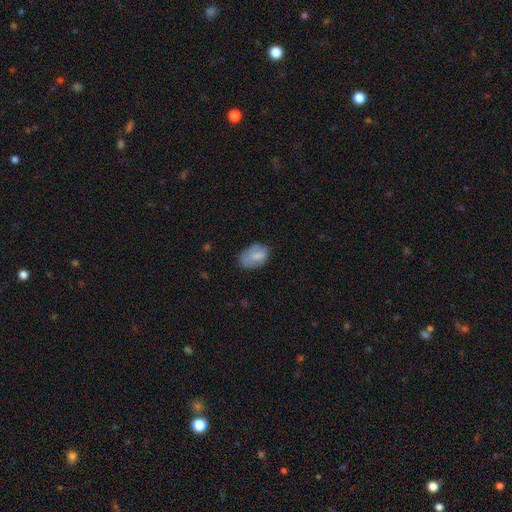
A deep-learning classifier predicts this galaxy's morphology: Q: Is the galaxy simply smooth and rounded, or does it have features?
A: smooth — 73%.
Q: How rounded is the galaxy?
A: in between — 87%.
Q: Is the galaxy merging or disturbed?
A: none — 63%.